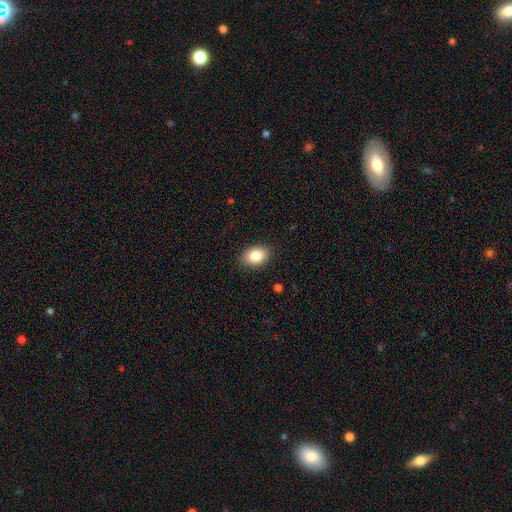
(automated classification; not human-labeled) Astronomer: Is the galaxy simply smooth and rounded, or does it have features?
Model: smooth — 85%.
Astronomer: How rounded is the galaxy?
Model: in between — 78%.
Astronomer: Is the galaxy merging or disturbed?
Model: none — 87%.